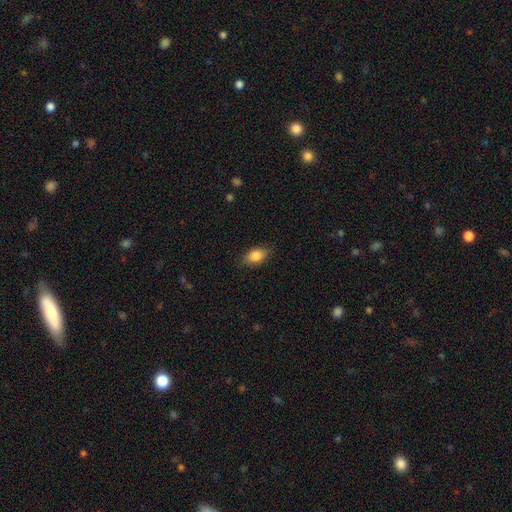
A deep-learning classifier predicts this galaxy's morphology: The model was most divided on "merging": none: 84%, minor disturbance: 12%, major disturbance: 3%, merger: 1%. More confident: how rounded — in between (87%); smooth or featured — smooth (83%).